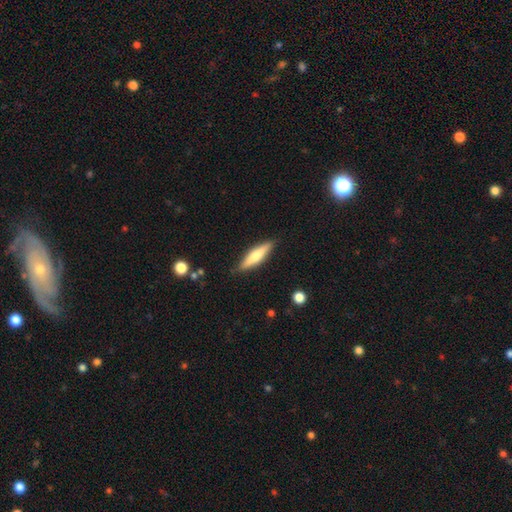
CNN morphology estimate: Smooth or featured? smooth (53%)
How rounded? cigar-shaped (75%)
Merging? none (87%)